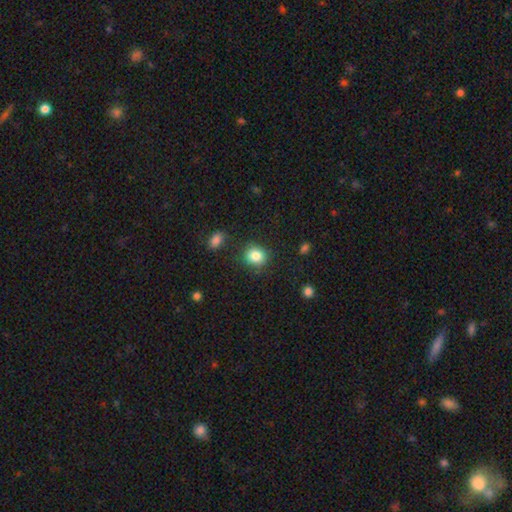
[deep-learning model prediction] Q: Smooth or featured?
A: smooth (85%); runner-up: star or artifact (10%)
Q: How rounded?
A: round (75%); runner-up: in between (24%)
Q: Merging?
A: none (83%); runner-up: minor disturbance (11%)